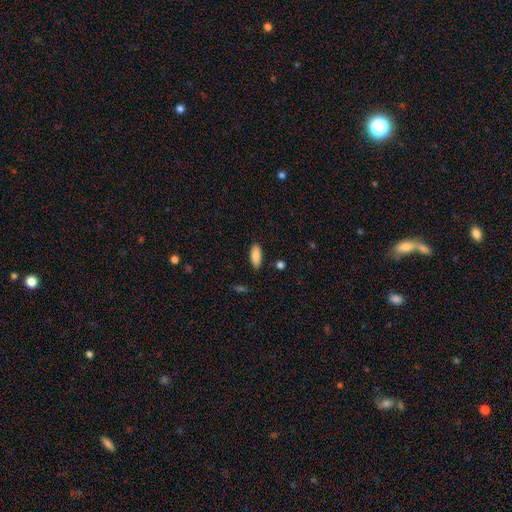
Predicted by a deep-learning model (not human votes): Q: Smooth or featured?
A: smooth (87%); runner-up: star or artifact (7%)
Q: How rounded?
A: in between (80%); runner-up: cigar-shaped (19%)
Q: Merging?
A: none (86%); runner-up: minor disturbance (10%)